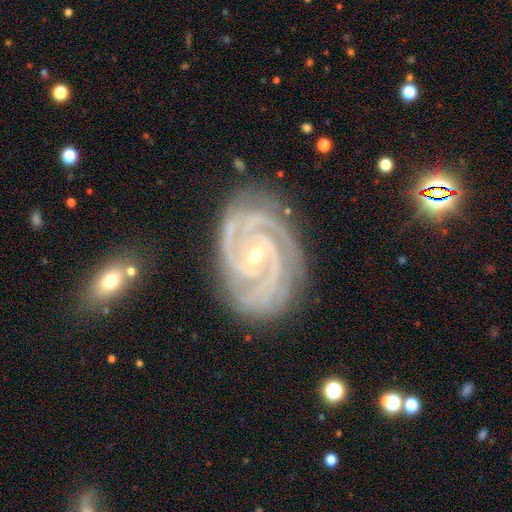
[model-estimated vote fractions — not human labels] Smooth or featured? featured or disk (93%)
Edge-on disk? no (97%)
Bar? no (44%)
Spiral arms? yes (99%)
Spiral winding? tight (76%)
Spiral arm count? 3 (42%)
Bulge size? small (65%)
Merging? none (81%)